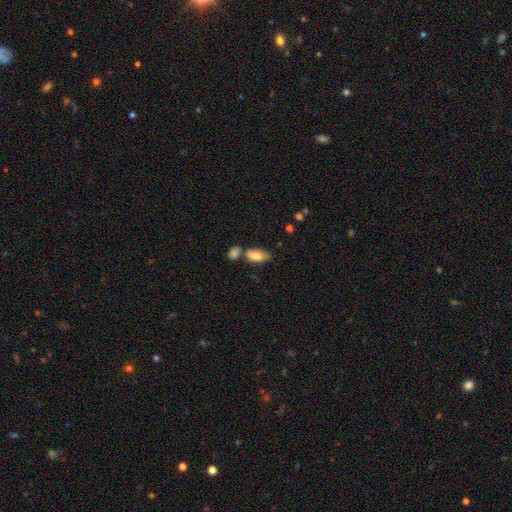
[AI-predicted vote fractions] Q: Smooth or featured?
A: smooth (80%); runner-up: featured or disk (13%)
Q: How rounded?
A: in between (90%); runner-up: cigar-shaped (7%)
Q: Merging?
A: none (48%); runner-up: merger (30%)